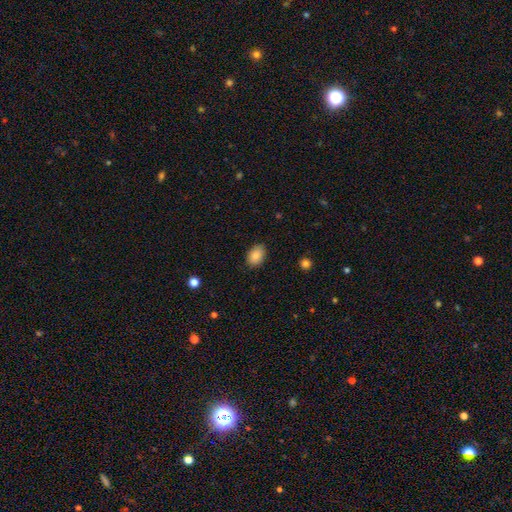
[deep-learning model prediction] Smooth or featured? smooth (86%)
How rounded? in between (81%)
Merging? none (83%)